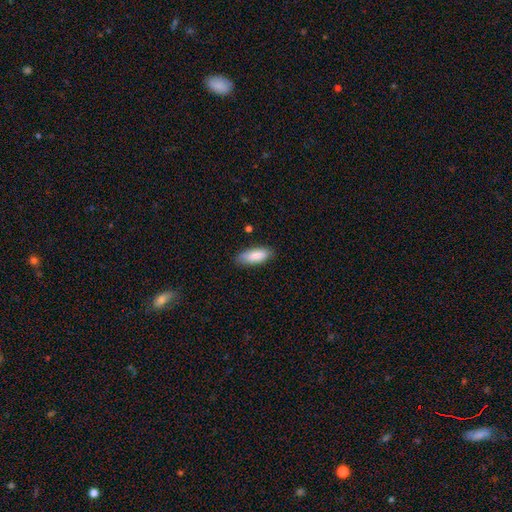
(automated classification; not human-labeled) Morphology: type=smooth (87%); roundness=in between (76%); merging=none (79%).